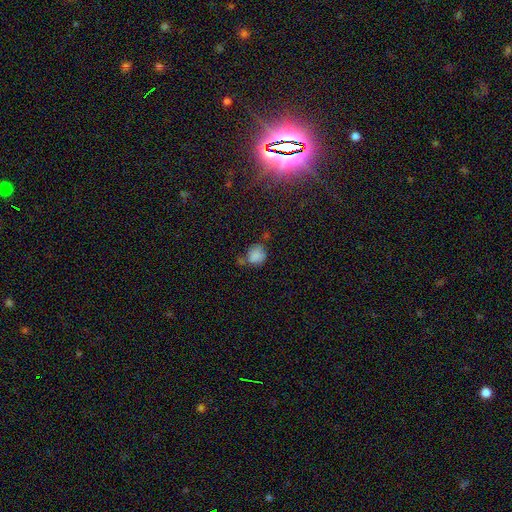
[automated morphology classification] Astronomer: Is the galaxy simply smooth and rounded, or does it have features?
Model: smooth — 78%.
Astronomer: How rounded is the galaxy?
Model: round — 63%.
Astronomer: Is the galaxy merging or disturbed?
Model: none — 42% (runner-up: minor disturbance, 26%).